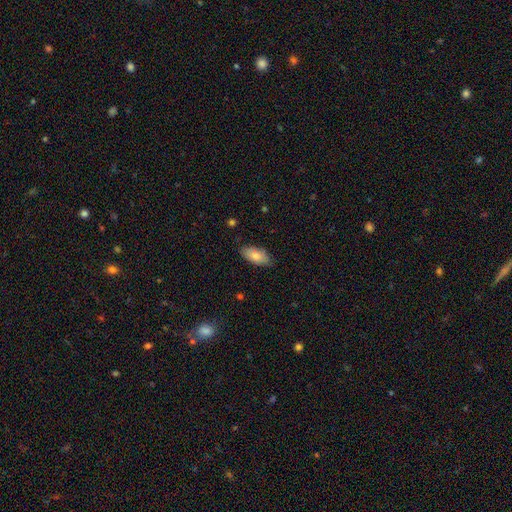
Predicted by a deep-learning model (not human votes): This appears to be a smooth galaxy with no disk features (79%) that is in between round and cigar-shaped (91%). Merging: none (81%).